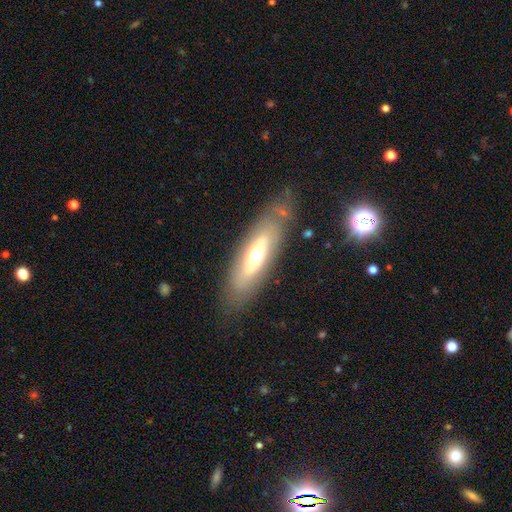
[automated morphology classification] featured or disk 48%, smooth 45%, star or artifact 7%. Down the decision tree: merging — none (74%).